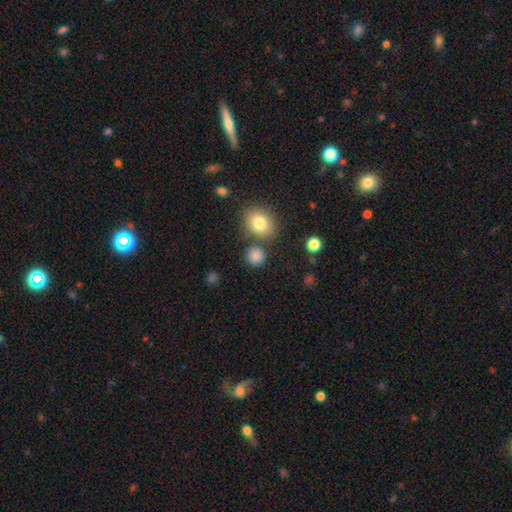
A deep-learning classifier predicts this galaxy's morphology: type=smooth (85%); roundness=round (87%); merging=none (79%).